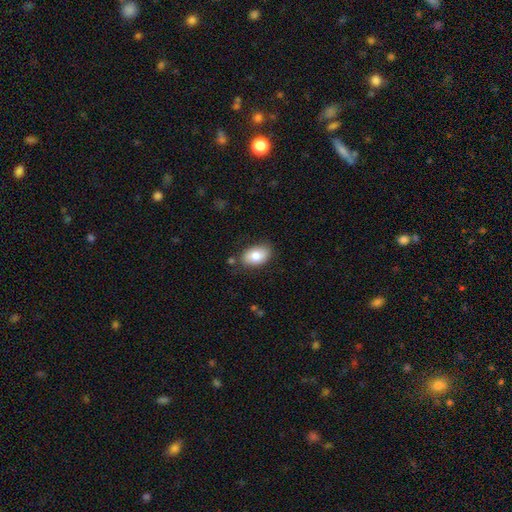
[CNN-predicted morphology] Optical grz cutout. It shows a smooth galaxy with no disk features (80%) that is in between round and cigar-shaped (90%). Merging: none (80%).